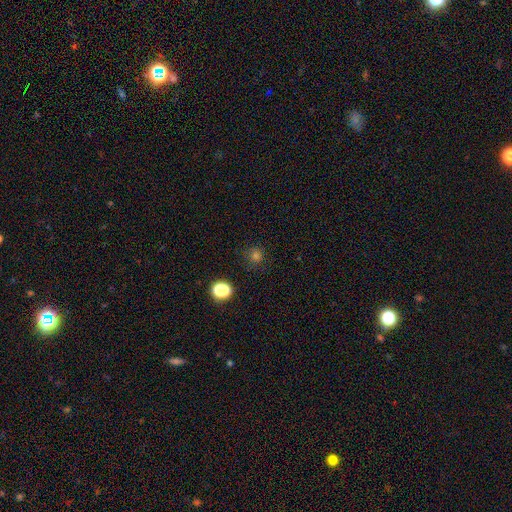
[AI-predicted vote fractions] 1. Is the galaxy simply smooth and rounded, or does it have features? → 71% smooth, 24% star or artifact, 6% featured or disk.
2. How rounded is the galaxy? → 93% round, 6% in between, 1% cigar-shaped.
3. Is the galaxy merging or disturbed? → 87% none, 8% minor disturbance, 3% major disturbance, 2% merger.